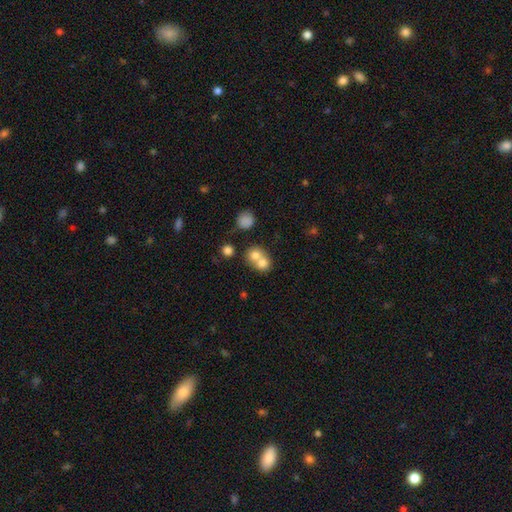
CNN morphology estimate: Smooth or featured? Predicted: smooth (p=0.74). How rounded? Predicted: round (p=0.75). Merging? Predicted: merger (p=0.63).